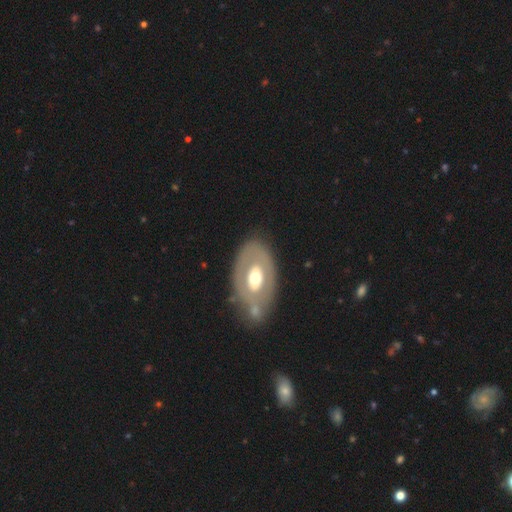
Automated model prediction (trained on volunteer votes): featured or disk 63%, smooth 32%, star or artifact 5%. Down the decision tree: edge-on disk — no (91%); bar — no (77%); spiral arms — no (83%); bulge size — moderate (70%); merging — none (66%).